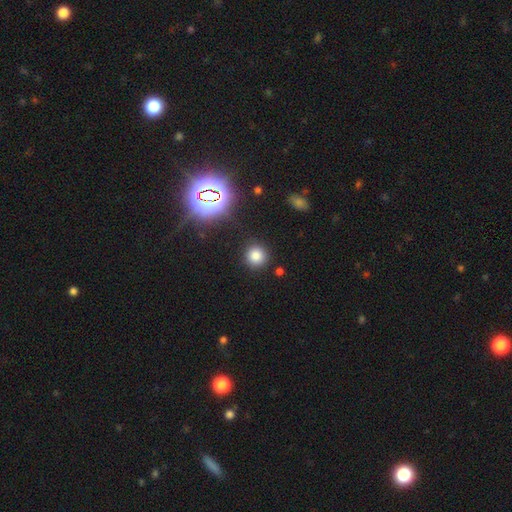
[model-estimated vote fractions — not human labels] This appears to be a smooth galaxy with no disk features (77%) that is round (93%). Merging: none (88%).